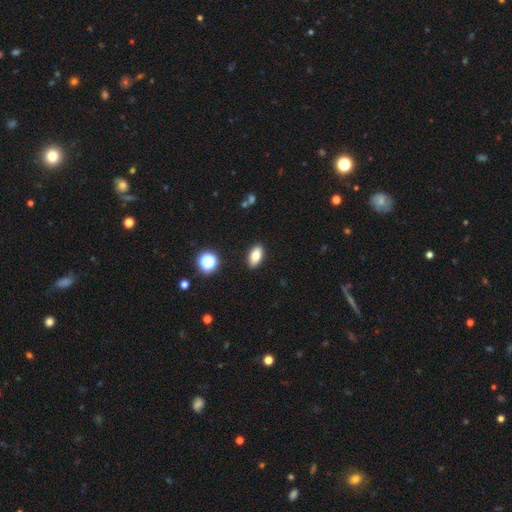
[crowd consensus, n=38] This is likely a smooth galaxy (76%). How rounded: likely in between (76%). Merging: clearly none (88%).